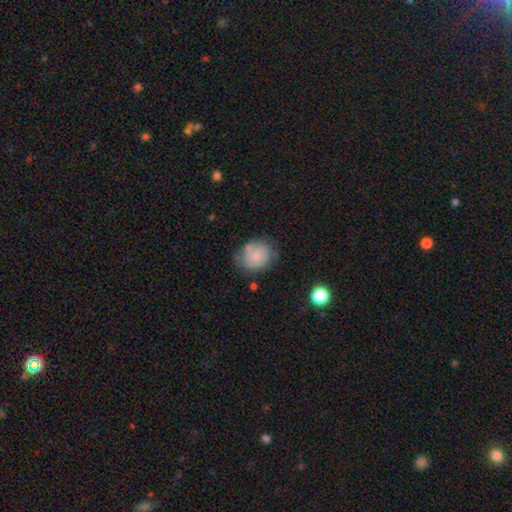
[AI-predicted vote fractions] Smooth or featured? smooth (76%)
How rounded? round (71%)
Merging? none (63%)